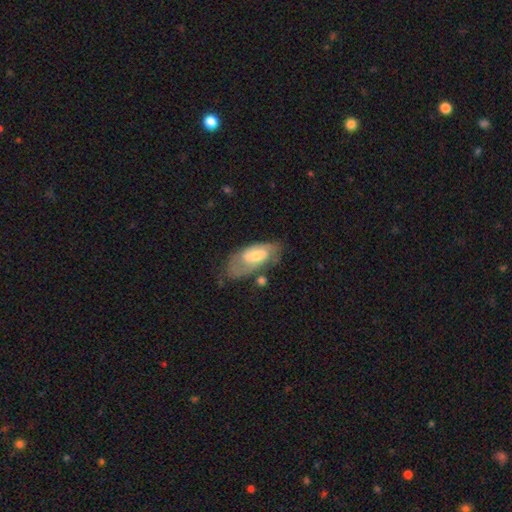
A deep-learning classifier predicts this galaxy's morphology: Smooth or featured? featured or disk (63%)
Edge-on disk? no (90%)
Bar? weak (46%)
Spiral arms? yes (79%)
Bulge size? moderate (51%)
Merging? none (59%)